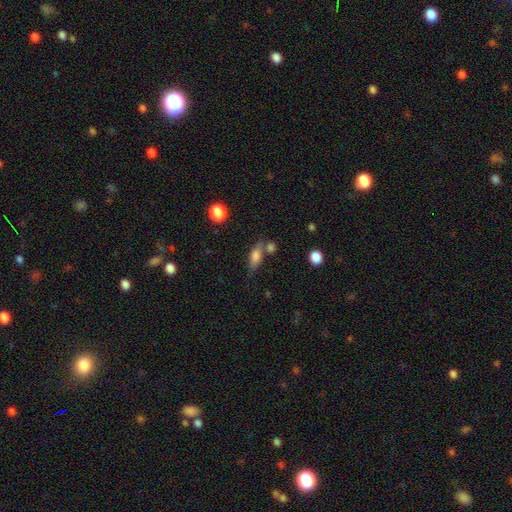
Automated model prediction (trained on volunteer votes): The model was most divided on "merging": none: 53%, merger: 24%, minor disturbance: 16%, major disturbance: 6%. More confident: smooth or featured — smooth (76%); how rounded — in between (74%).